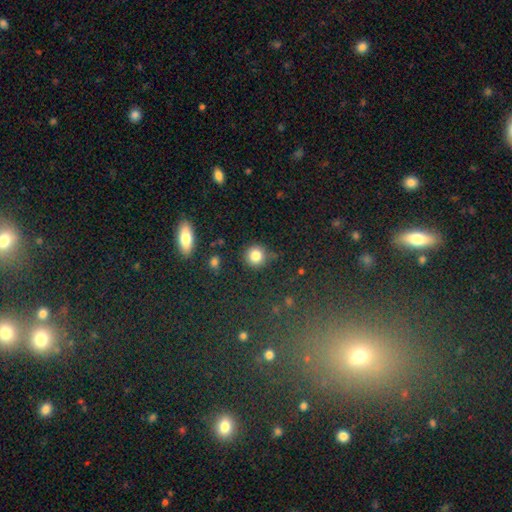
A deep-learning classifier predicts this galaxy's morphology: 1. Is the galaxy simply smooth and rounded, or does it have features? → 84% smooth, 10% star or artifact, 6% featured or disk.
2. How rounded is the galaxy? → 91% round, 8% in between, 1% cigar-shaped.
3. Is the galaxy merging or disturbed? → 80% none, 12% minor disturbance, 4% major disturbance, 4% merger.